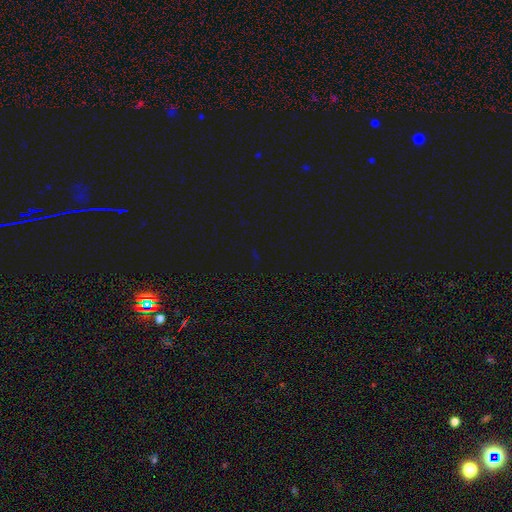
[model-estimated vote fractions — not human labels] Smooth or featured?
  - star or artifact: 77% *
  - smooth: 15%
  - featured or disk: 8%